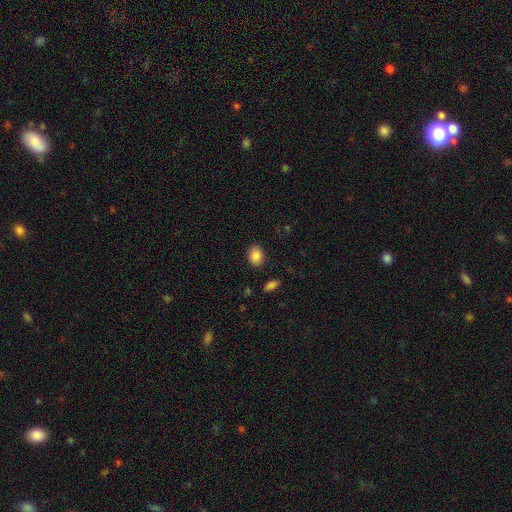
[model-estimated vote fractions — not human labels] Overall: smooth (88%). How rounded: in between (62%; round 37%). Merging: none (88%).